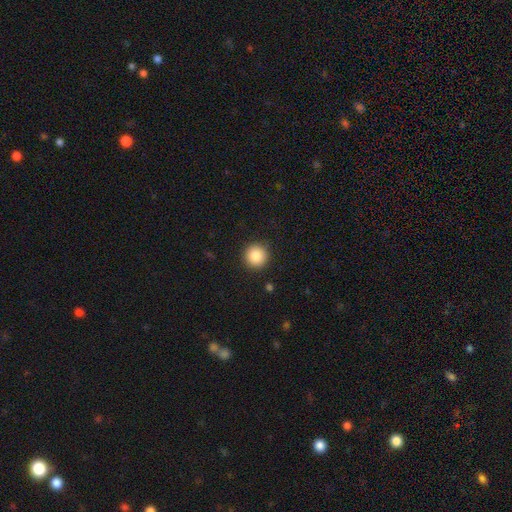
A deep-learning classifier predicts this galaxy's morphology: smooth_or_featured: smooth (p=0.86) [alt: star or artifact p=0.09]
how_rounded: round (p=0.96) [alt: in between p=0.03]
merging: none (p=0.92) [alt: minor disturbance p=0.05]